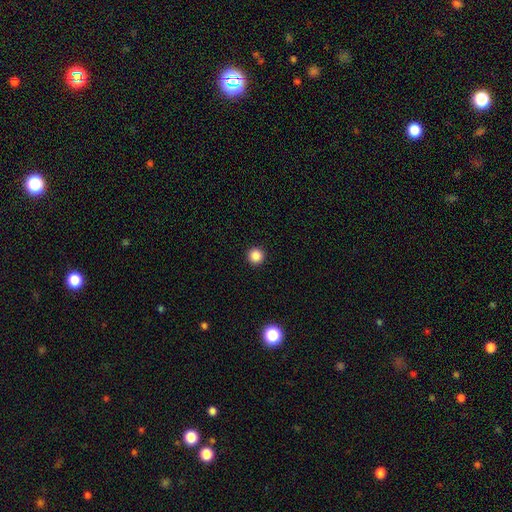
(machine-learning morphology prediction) Smooth or featured? Predicted: smooth (p=0.87). How rounded? Predicted: round (p=0.96). Merging? Predicted: none (p=0.94).